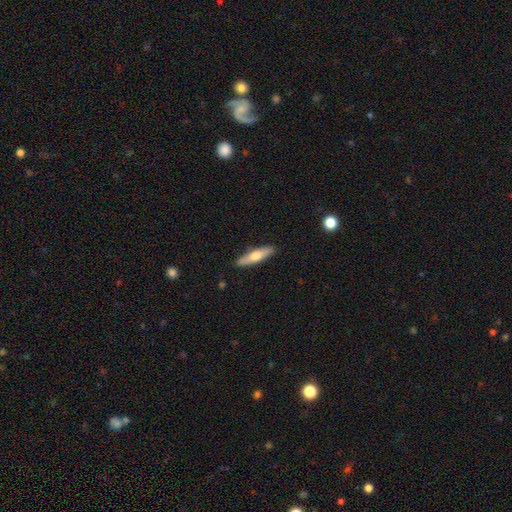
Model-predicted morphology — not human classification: smooth 59%, featured or disk 35%, star or artifact 5%. Down the decision tree: how rounded — cigar-shaped (75%); merging — none (89%).